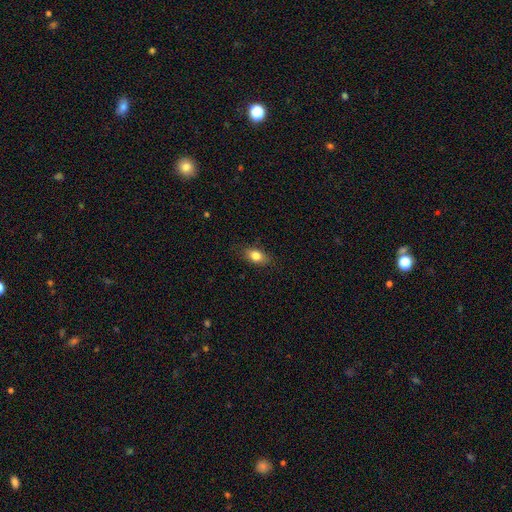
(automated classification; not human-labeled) A smooth galaxy with no disk features (81%) that is in between round and cigar-shaped (82%). Merging: none (82%).